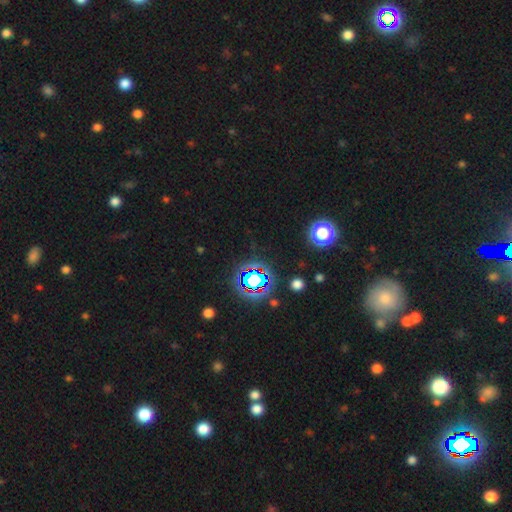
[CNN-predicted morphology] Overall: star or artifact (77%).